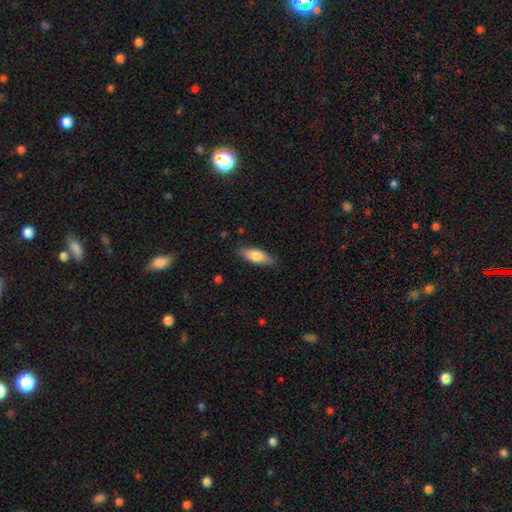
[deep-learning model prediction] Smooth or featured? Predicted: smooth (p=0.77). How rounded? Predicted: in between (p=0.65). Merging? Predicted: none (p=0.84).